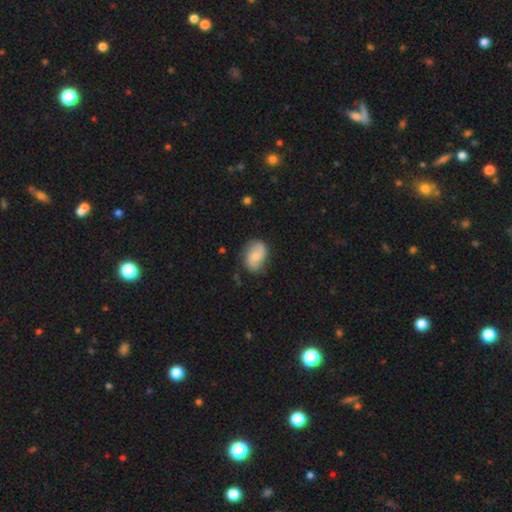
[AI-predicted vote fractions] A smooth galaxy with no disk features (51%) that is in between round and cigar-shaped (76%). Merging: none (70%).